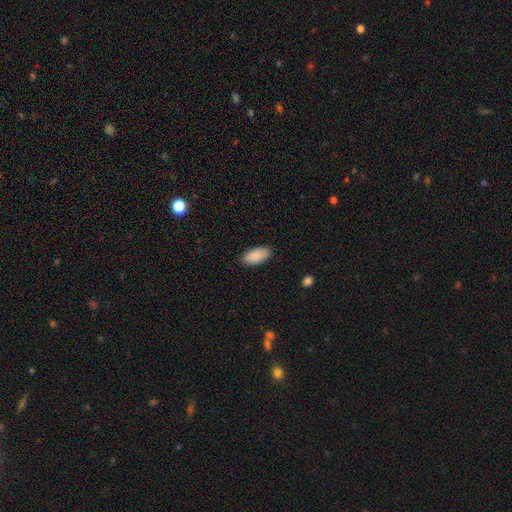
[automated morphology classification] This is clearly a smooth galaxy (90%). How rounded: clearly in between (93%). Merging: clearly none (87%).